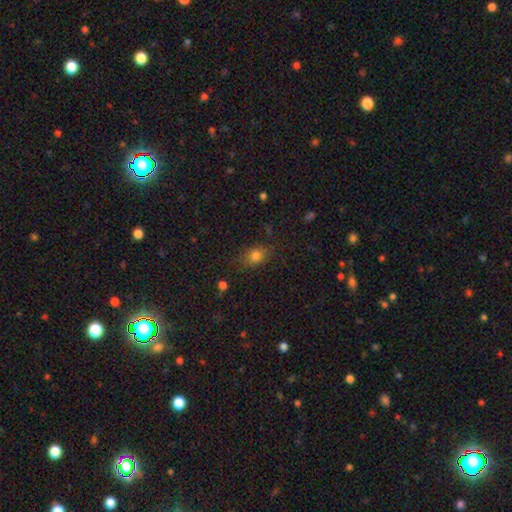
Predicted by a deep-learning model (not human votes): smooth_or_featured: smooth (p=0.77) [alt: star or artifact p=0.14]
how_rounded: in between (p=0.63) [alt: round p=0.35]
merging: none (p=0.78) [alt: minor disturbance p=0.16]